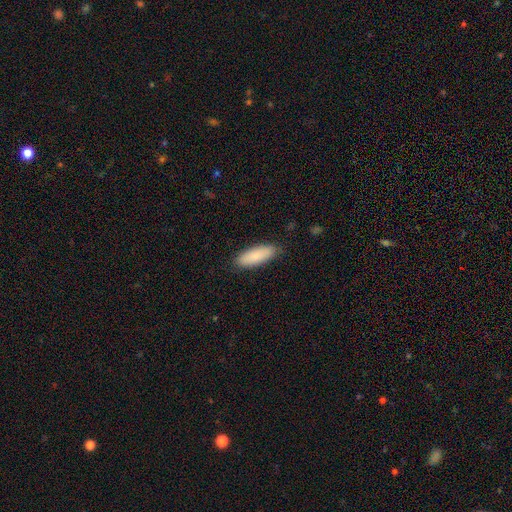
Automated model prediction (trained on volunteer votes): Q: Smooth or featured?
A: smooth (88%); runner-up: featured or disk (7%)
Q: How rounded?
A: in between (63%); runner-up: cigar-shaped (36%)
Q: Merging?
A: none (86%); runner-up: minor disturbance (10%)